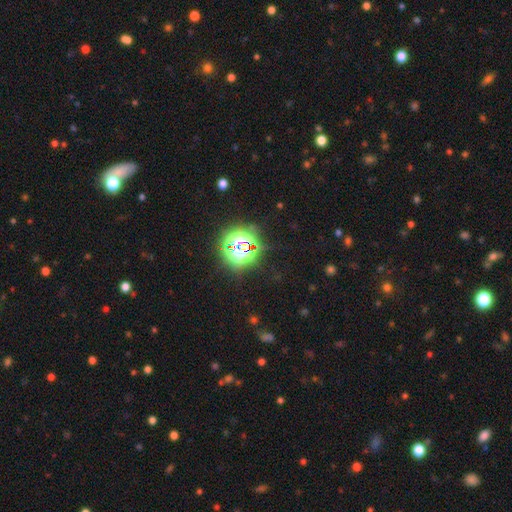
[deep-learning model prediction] A star or artifact, not a galaxy (78%).

Vote fractions:
- Smooth or featured? star or artifact: 78% / smooth: 14% / featured or disk: 7%